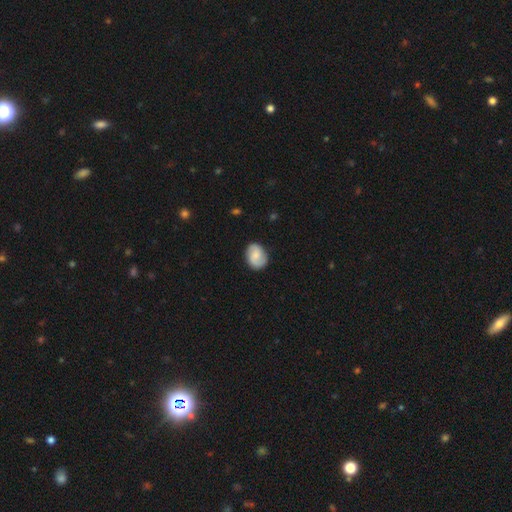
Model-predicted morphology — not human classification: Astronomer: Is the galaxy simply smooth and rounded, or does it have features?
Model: smooth — 51% (runner-up: featured or disk, 42%).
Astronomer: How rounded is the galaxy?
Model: in between — 56% (runner-up: round, 43%).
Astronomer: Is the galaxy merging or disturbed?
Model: none — 83%.